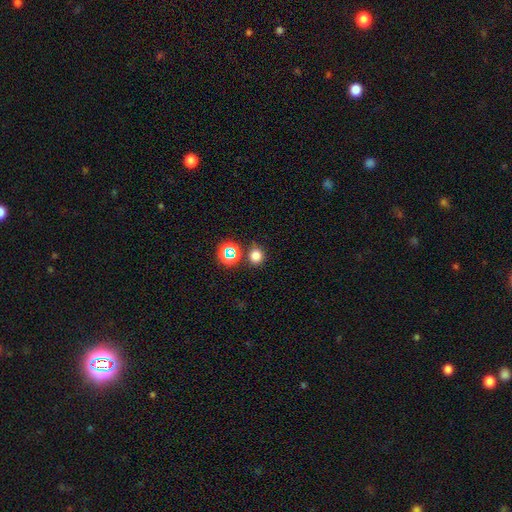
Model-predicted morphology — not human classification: Overall: smooth (75%). How rounded: round (88%). Merging: none (79%).